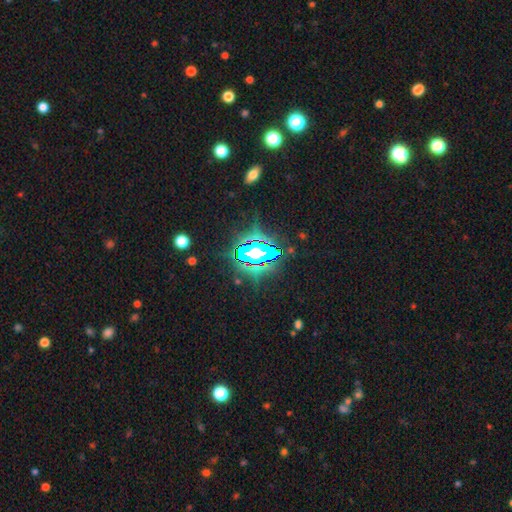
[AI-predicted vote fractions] Smooth or featured: star or artifact — 80% (smooth — 11%)